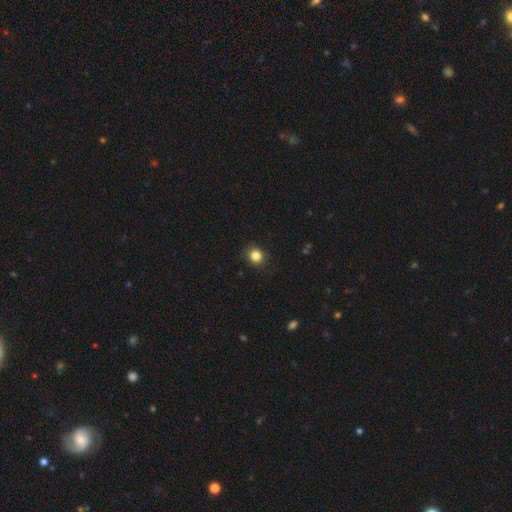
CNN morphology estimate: Smooth or featured? smooth (84%)
How rounded? round (85%)
Merging? none (89%)